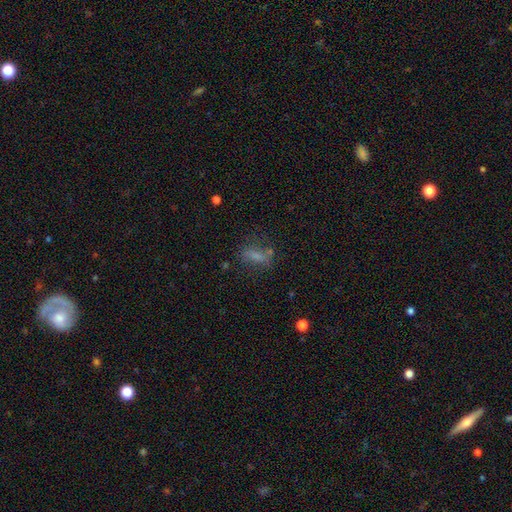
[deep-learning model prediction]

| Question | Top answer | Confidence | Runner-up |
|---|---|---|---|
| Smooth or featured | smooth | 65% | featured or disk (19%) |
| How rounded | in between | 68% | cigar-shaped (23%) |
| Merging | none | 57% | minor disturbance (20%) |